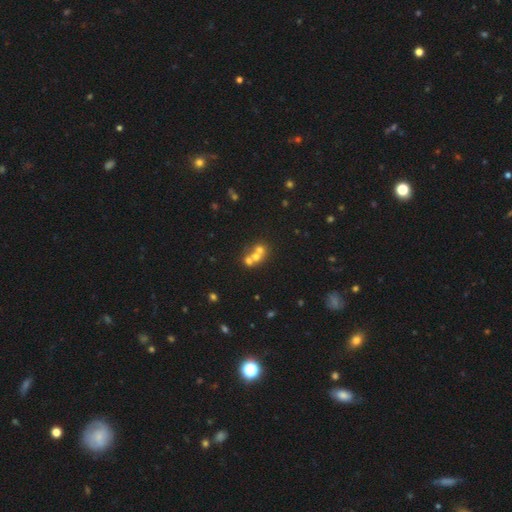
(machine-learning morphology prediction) smooth_or_featured: smooth (p=0.54) [alt: featured or disk p=0.27]
how_rounded: round (p=0.77) [alt: in between p=0.22]
merging: merger (p=0.60) [alt: none p=0.31]